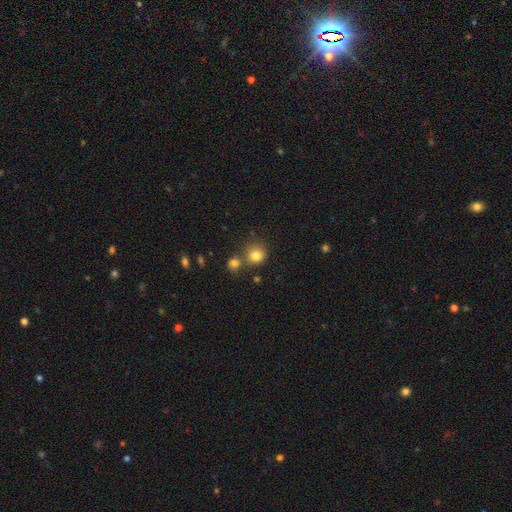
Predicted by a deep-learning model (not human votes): smooth-or-featured: smooth: 82% | star or artifact: 12% | featured or disk: 6%
  how-rounded: round: 87% | in between: 12% | cigar-shaped: 1%
  merging: none: 64% | merger: 23% | minor disturbance: 10% | major disturbance: 3%